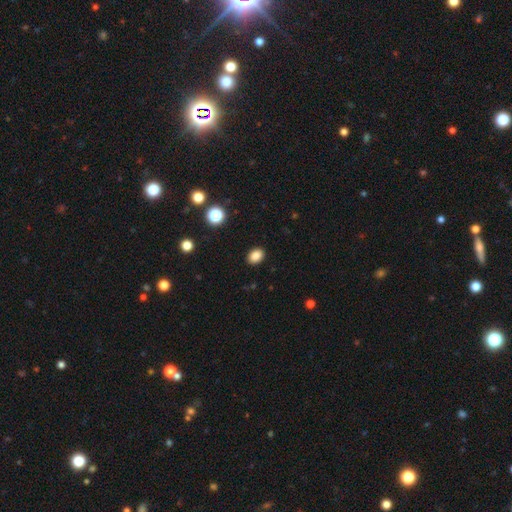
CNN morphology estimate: smooth-or-featured: smooth: 85% | star or artifact: 11% | featured or disk: 4%
  how-rounded: in between: 66% | round: 34% | cigar-shaped: 1%
  merging: none: 91% | minor disturbance: 6% | major disturbance: 2% | merger: 1%